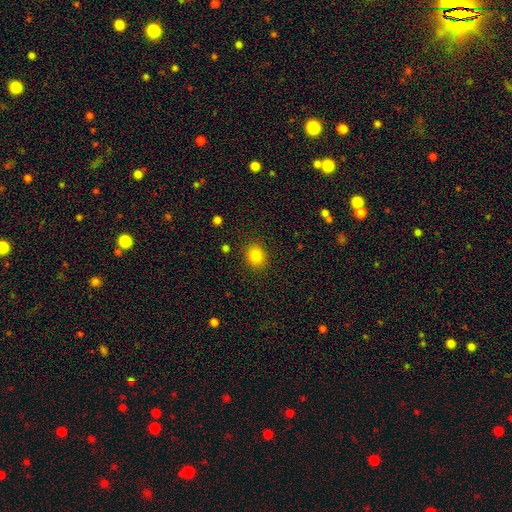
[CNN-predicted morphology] The model was most divided on "how rounded": round: 70%, in between: 29%, cigar-shaped: 1%. More confident: merging — none (89%); smooth or featured — smooth (84%).